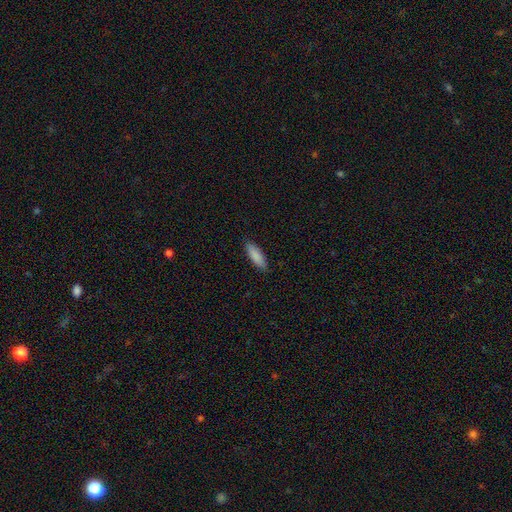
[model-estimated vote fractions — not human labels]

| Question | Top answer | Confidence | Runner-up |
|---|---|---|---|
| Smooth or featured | smooth | 88% | featured or disk (7%) |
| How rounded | cigar-shaped | 50% | in between (49%) |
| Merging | none | 88% | minor disturbance (9%) |